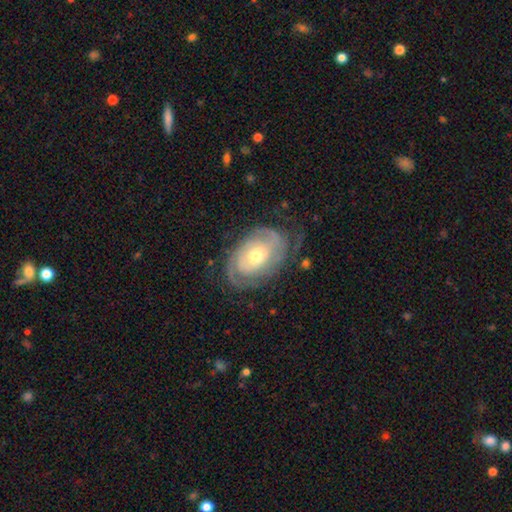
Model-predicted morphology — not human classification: type=featured or disk (83%); edge-on=no (96%); bar=no (72%); spiral arms=yes (92%); winding=tight (68%); arm count=2 (51%); bulge=moderate (62%); merging=none (70%).